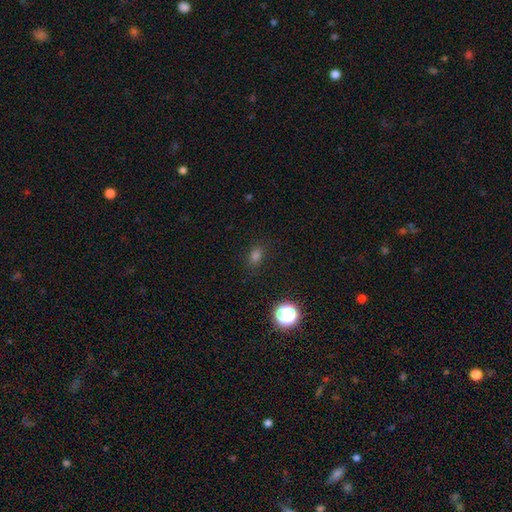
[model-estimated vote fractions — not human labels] Overall: smooth (72%). How rounded: in between (63%; round 35%). Merging: none (84%).